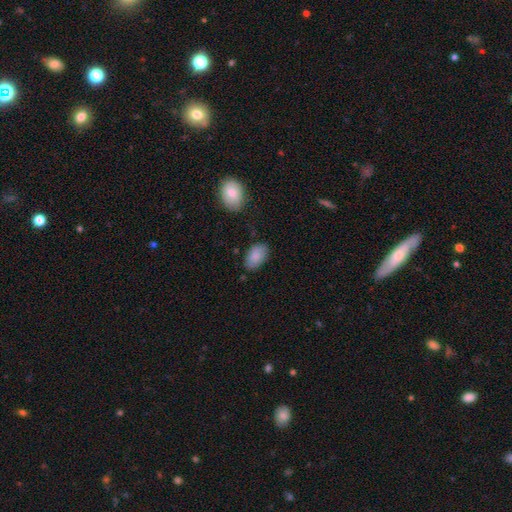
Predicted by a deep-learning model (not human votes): Q: Smooth or featured?
A: smooth (86%); runner-up: featured or disk (8%)
Q: How rounded?
A: in between (92%); runner-up: round (6%)
Q: Merging?
A: none (78%); runner-up: minor disturbance (16%)